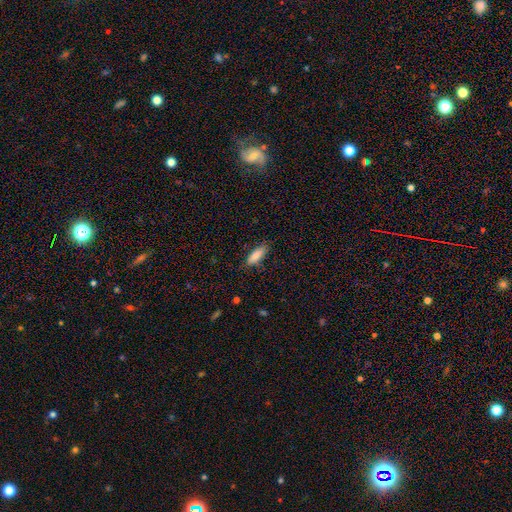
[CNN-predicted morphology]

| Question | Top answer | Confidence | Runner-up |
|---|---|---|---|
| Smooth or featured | smooth | 82% | featured or disk (11%) |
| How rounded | in between | 59% | cigar-shaped (39%) |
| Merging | none | 82% | minor disturbance (14%) |